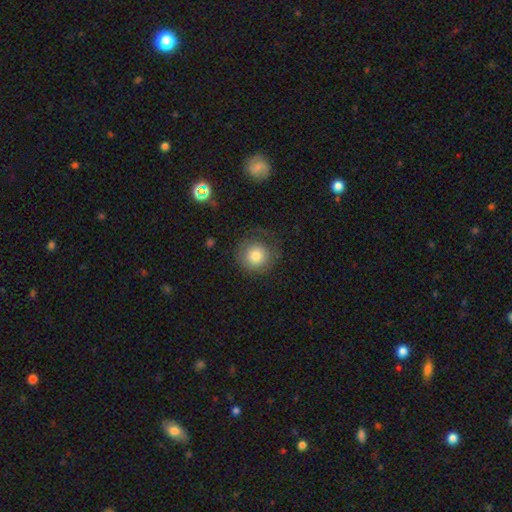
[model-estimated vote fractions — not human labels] Smooth or featured: smooth — 77% (featured or disk — 13%)
How rounded: round — 93% (in between — 6%)
Merging: none — 71% (minor disturbance — 17%)